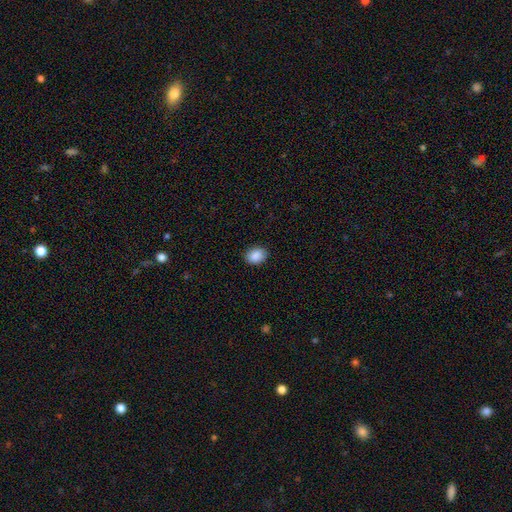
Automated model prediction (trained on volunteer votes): This is clearly a smooth galaxy (89%). How rounded: likely in between (64%). Merging: clearly none (87%).